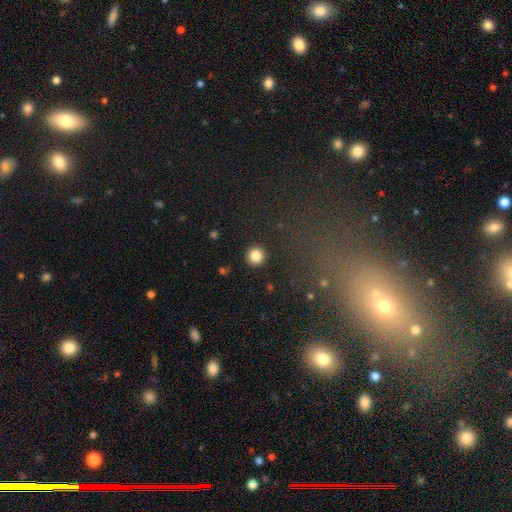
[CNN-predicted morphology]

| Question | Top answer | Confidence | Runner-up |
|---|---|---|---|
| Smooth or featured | smooth | 84% | star or artifact (11%) |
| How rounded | round | 95% | in between (4%) |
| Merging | none | 93% | minor disturbance (4%) |